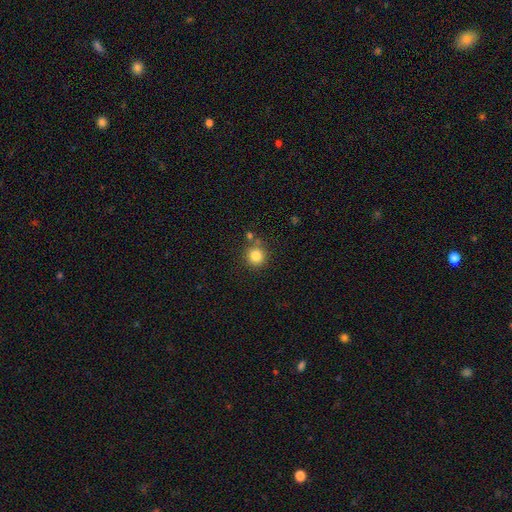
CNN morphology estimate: A smooth galaxy with no disk features (83%) that is round (92%). Merging: none (75%).